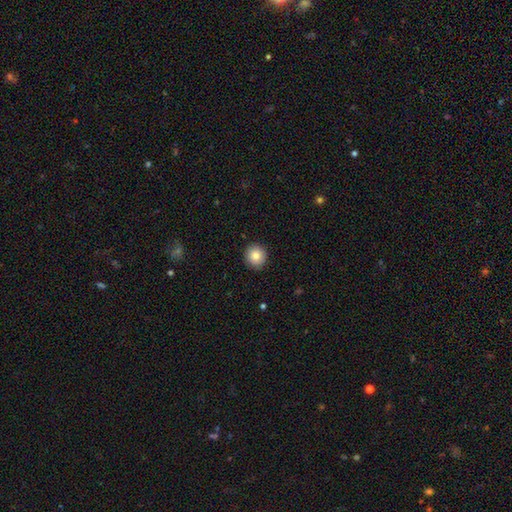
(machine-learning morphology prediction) smooth-or-featured: smooth: 84% | star or artifact: 9% | featured or disk: 7%
  how-rounded: round: 93% | in between: 6% | cigar-shaped: 1%
  merging: none: 91% | minor disturbance: 6% | major disturbance: 2% | merger: 1%